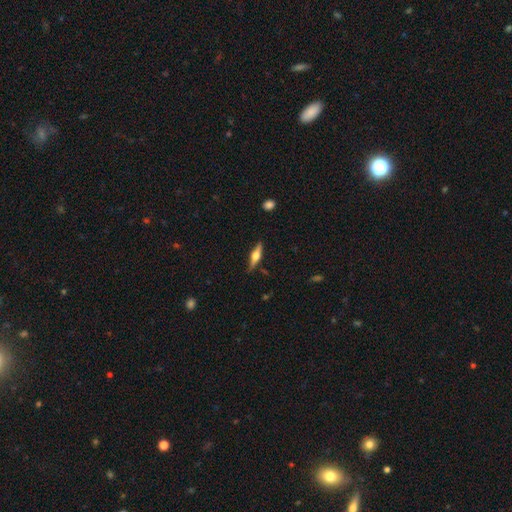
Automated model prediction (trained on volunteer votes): A featured or disk galaxy (68%) viewed edge-on (96%) with a rounded central bulge (93%). Merging: none (86%).